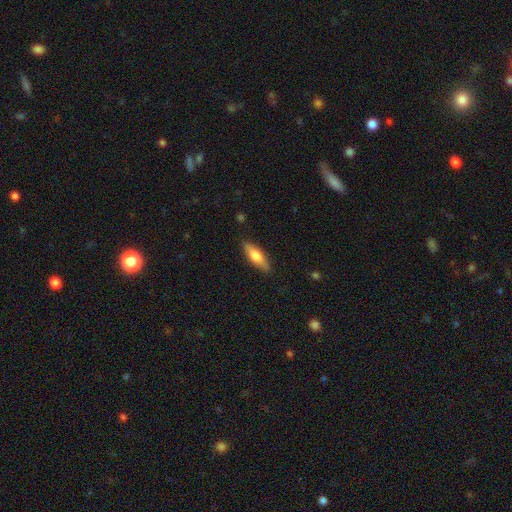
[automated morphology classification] Smooth or featured? Predicted: smooth (p=0.66). How rounded? Predicted: cigar-shaped (p=0.51). Merging? Predicted: none (p=0.87).